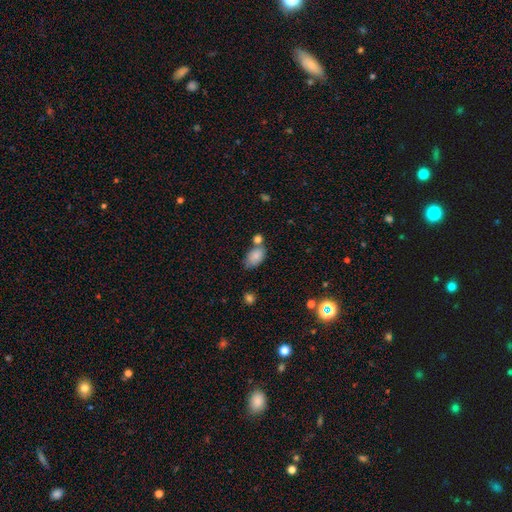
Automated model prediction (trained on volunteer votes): This is clearly a smooth galaxy (83%). How rounded: clearly in between (90%). Merging: marginally none (45%).